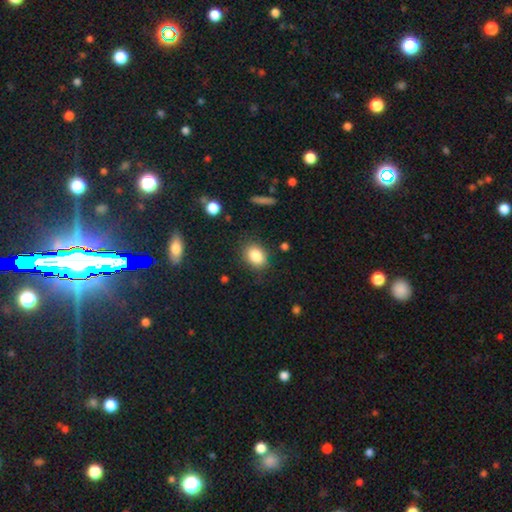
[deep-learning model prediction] Q: Smooth or featured?
A: smooth (84%); runner-up: star or artifact (9%)
Q: How rounded?
A: in between (63%); runner-up: round (36%)
Q: Merging?
A: none (82%); runner-up: minor disturbance (13%)